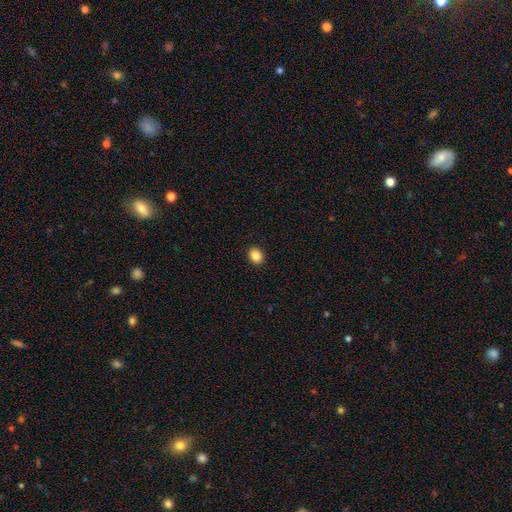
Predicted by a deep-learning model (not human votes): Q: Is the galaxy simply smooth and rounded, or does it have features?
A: smooth — 86%.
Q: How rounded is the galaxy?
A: round — 55%.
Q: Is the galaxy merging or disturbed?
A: none — 92%.